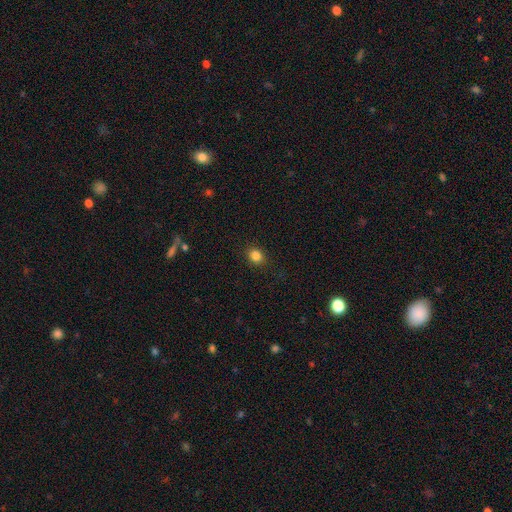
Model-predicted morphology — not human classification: smooth_or_featured: smooth (p=0.84) [alt: star or artifact p=0.12]
how_rounded: round (p=0.72) [alt: in between p=0.27]
merging: none (p=0.89) [alt: minor disturbance p=0.08]